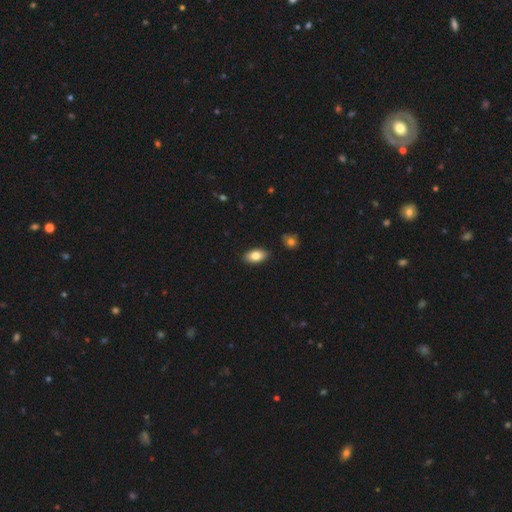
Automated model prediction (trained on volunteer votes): Overall: smooth (82%). How rounded: in between (93%). Merging: none (88%).